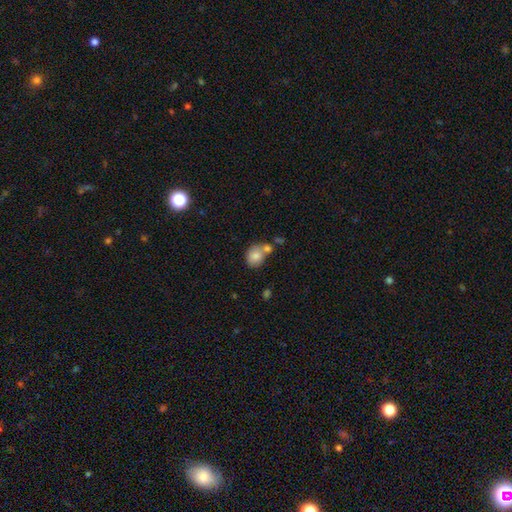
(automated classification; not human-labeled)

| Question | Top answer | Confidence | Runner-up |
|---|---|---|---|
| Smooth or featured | smooth | 81% | featured or disk (10%) |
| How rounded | round | 62% | in between (37%) |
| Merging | none | 43% | merger (38%) |